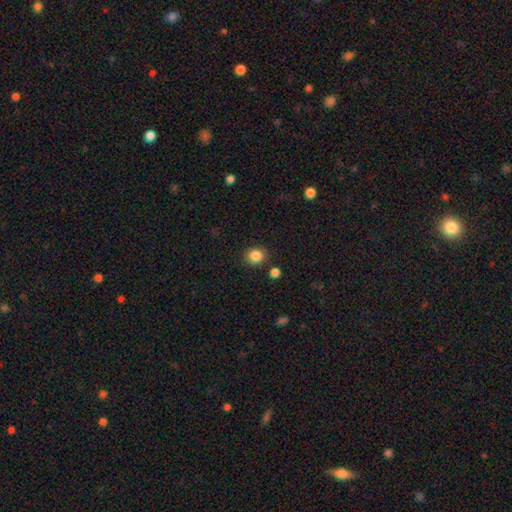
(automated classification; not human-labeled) The model was most divided on "how rounded": round: 77%, in between: 22%, cigar-shaped: 1%. More confident: smooth or featured — smooth (85%); merging — none (85%).